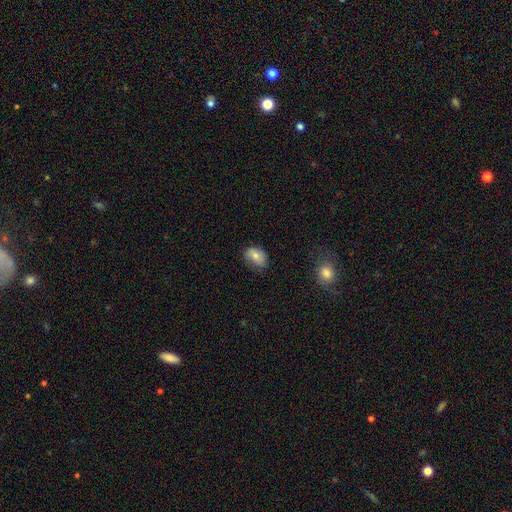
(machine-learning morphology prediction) A smooth galaxy with no disk features (72%) that is in between round and cigar-shaped (75%).

Vote fractions:
- Smooth or featured? smooth: 72% / featured or disk: 19% / star or artifact: 9%
- How rounded? in between: 75% / round: 24% / cigar-shaped: 1%
- Merging? none: 66% / minor disturbance: 27% / major disturbance: 6% / merger: 2%